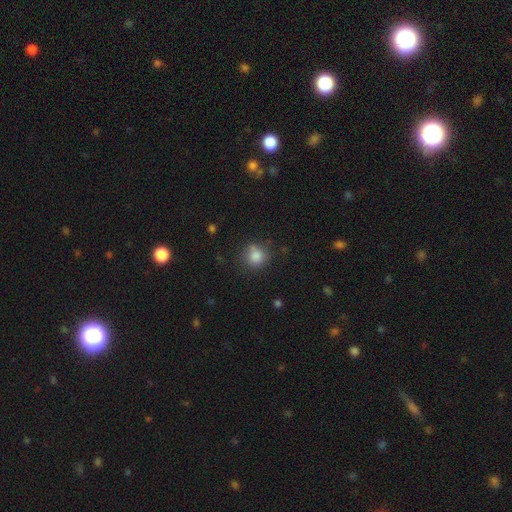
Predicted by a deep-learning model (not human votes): A smooth galaxy with no disk features (83%) that is round (83%). Merging: none (68%).